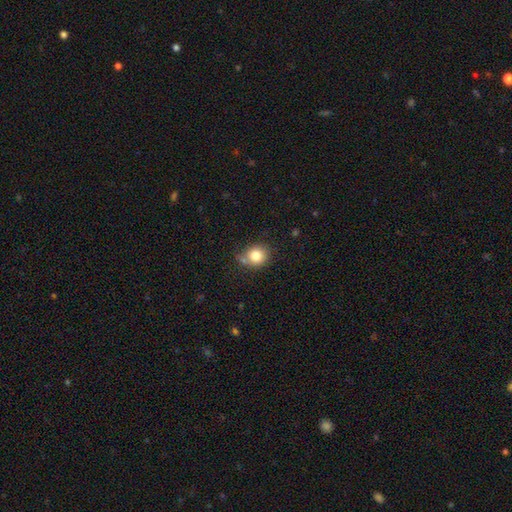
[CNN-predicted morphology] Smooth or featured? Predicted: smooth (p=0.81). How rounded? Predicted: round (p=0.80). Merging? Predicted: none (p=0.67).